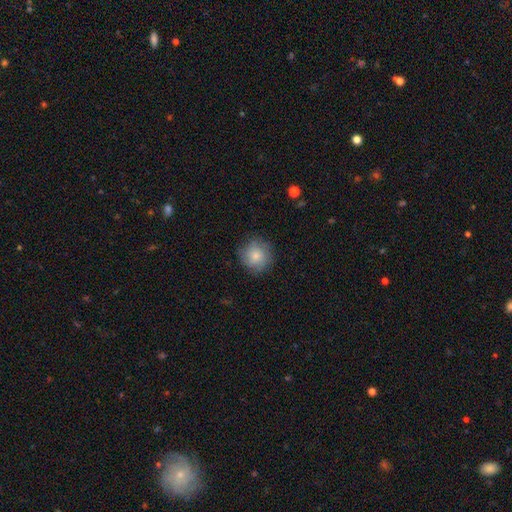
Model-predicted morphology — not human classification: smooth-or-featured: smooth: 76% | featured or disk: 16% | star or artifact: 8%
  how-rounded: round: 93% | in between: 6% | cigar-shaped: 1%
  merging: none: 79% | minor disturbance: 15% | major disturbance: 4% | merger: 1%